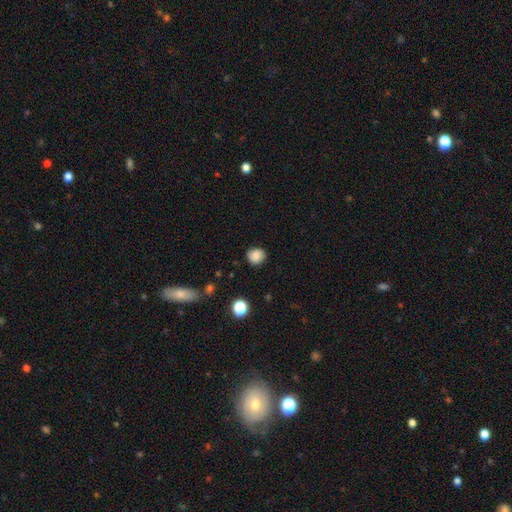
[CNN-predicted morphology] A smooth galaxy with no disk features (84%) that is round (83%). Merging: none (82%).